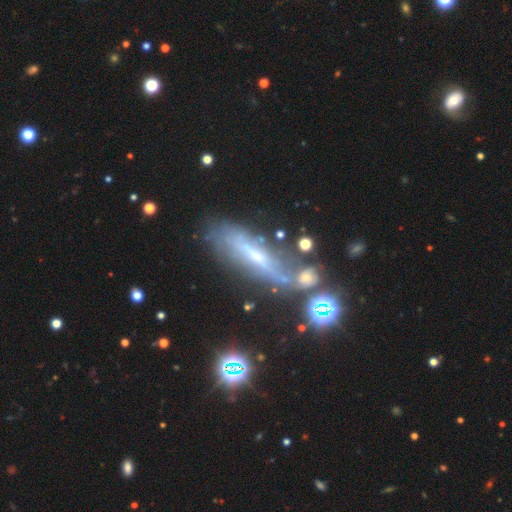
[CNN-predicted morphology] Q: Smooth or featured?
A: featured or disk (64%); runner-up: smooth (24%)
Q: Edge-on disk?
A: yes (58%); runner-up: no (42%)
Q: Merging?
A: none (48%); runner-up: minor disturbance (22%)